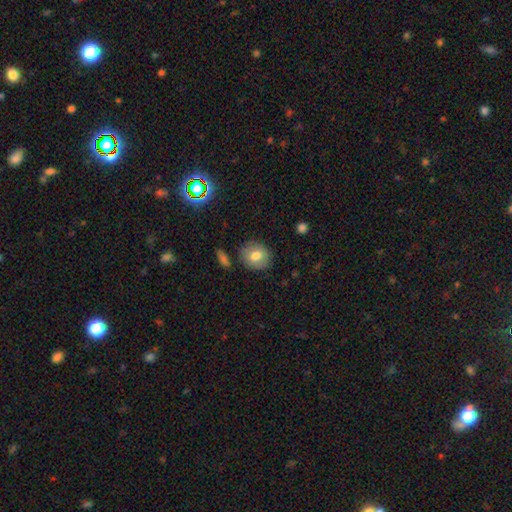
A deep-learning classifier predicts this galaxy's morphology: Q: Smooth or featured?
A: smooth (75%); runner-up: featured or disk (16%)
Q: How rounded?
A: round (74%); runner-up: in between (25%)
Q: Merging?
A: none (83%); runner-up: minor disturbance (11%)